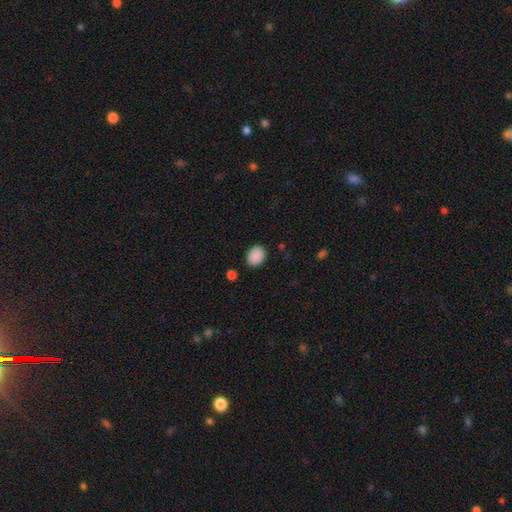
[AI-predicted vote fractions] Smooth or featured?
  - smooth: 89% *
  - star or artifact: 8%
  - featured or disk: 3%
How rounded?
  - in between: 55% *
  - round: 44%
  - cigar-shaped: 1%
Merging?
  - none: 86% *
  - minor disturbance: 10%
  - major disturbance: 3%
  - merger: 2%